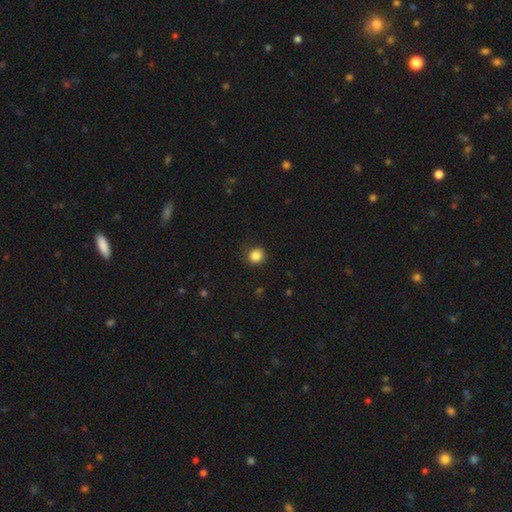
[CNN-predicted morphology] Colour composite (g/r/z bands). It shows a smooth galaxy with no disk features (85%) that is round (85%). Merging: none (81%).